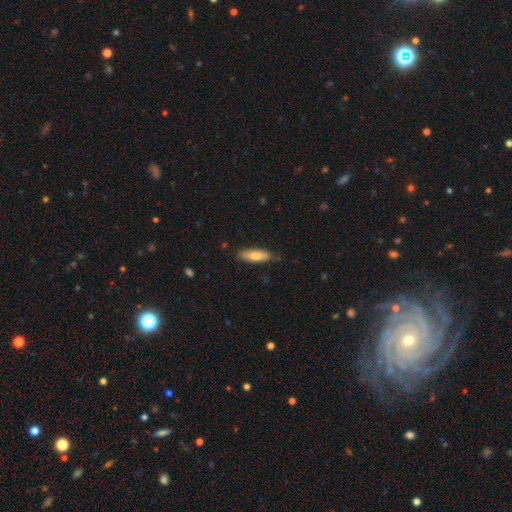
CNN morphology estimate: Smooth or featured: smooth — 76% (featured or disk — 18%)
How rounded: in between — 52% (cigar-shaped — 46%)
Merging: none — 80% (minor disturbance — 17%)